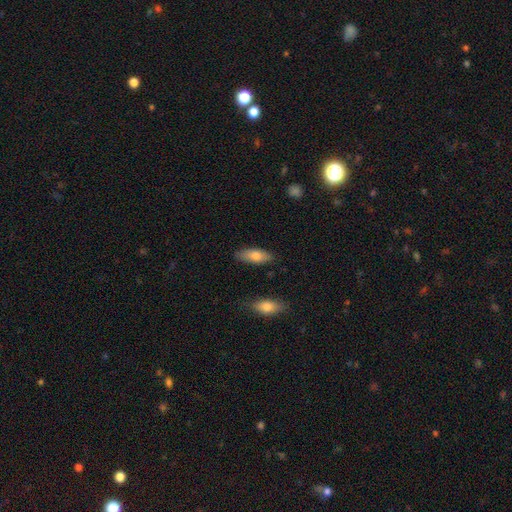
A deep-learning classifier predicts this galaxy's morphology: smooth_or_featured: smooth (p=0.77) [alt: featured or disk p=0.17]
how_rounded: in between (p=0.74) [alt: cigar-shaped p=0.24]
merging: none (p=0.83) [alt: minor disturbance p=0.12]